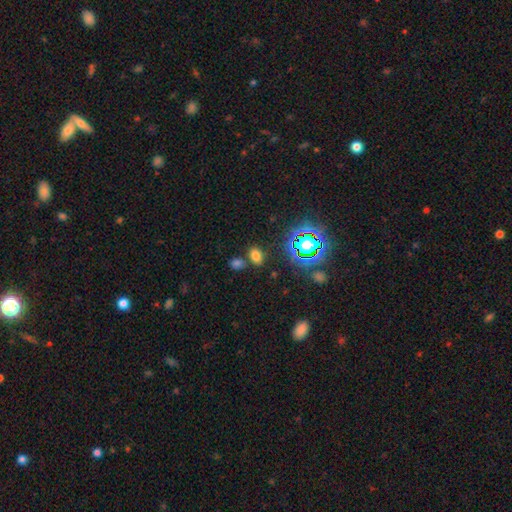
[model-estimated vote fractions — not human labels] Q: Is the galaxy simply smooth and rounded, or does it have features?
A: smooth — 68%.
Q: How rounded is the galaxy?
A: in between — 82%.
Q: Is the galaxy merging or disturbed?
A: none — 73%.